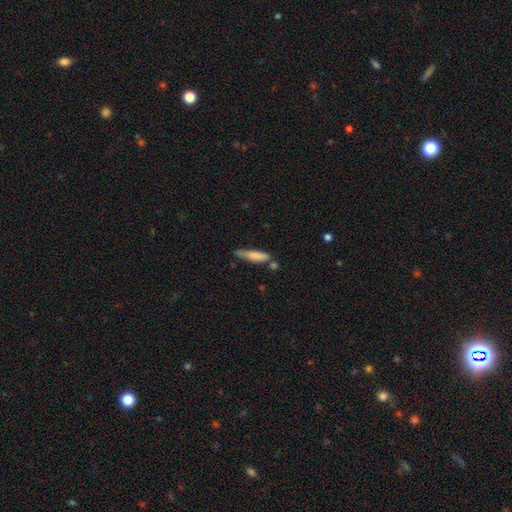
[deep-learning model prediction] Morphology: type=smooth (78%); roundness=cigar-shaped (80%); merging=none (55%).